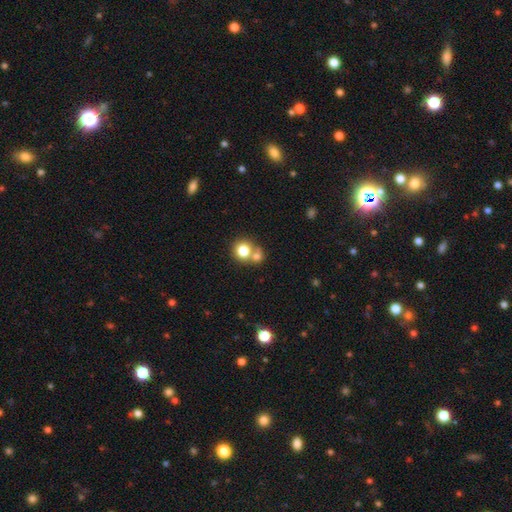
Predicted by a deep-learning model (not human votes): smooth_or_featured: smooth (p=0.75) [alt: star or artifact p=0.13]
how_rounded: round (p=0.84) [alt: in between p=0.15]
merging: merger (p=0.46) [alt: none p=0.44]